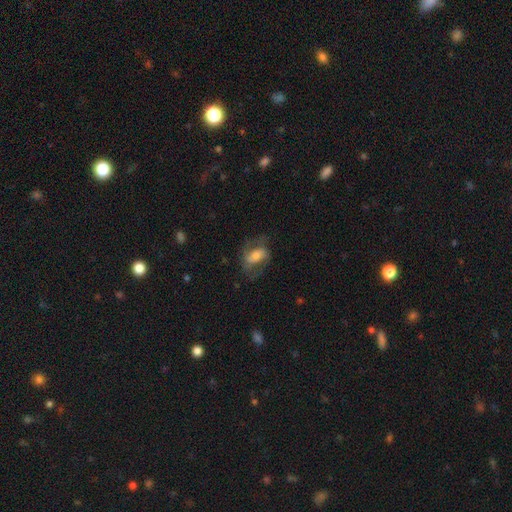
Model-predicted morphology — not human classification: A featured or disk galaxy (57%) with a weak bar (40%), spiral arms (82%) and a moderate central bulge (43%). Merging: none (59%).